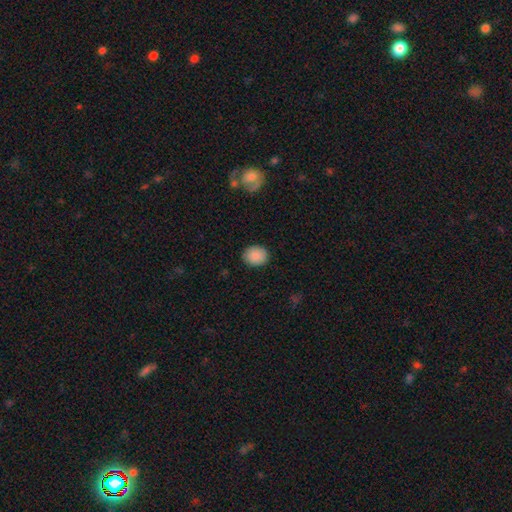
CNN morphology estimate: Smooth or featured?
  - smooth: 89% *
  - star or artifact: 7%
  - featured or disk: 3%
How rounded?
  - round: 57% *
  - in between: 42%
  - cigar-shaped: 1%
Merging?
  - none: 88% *
  - minor disturbance: 9%
  - major disturbance: 2%
  - merger: 1%